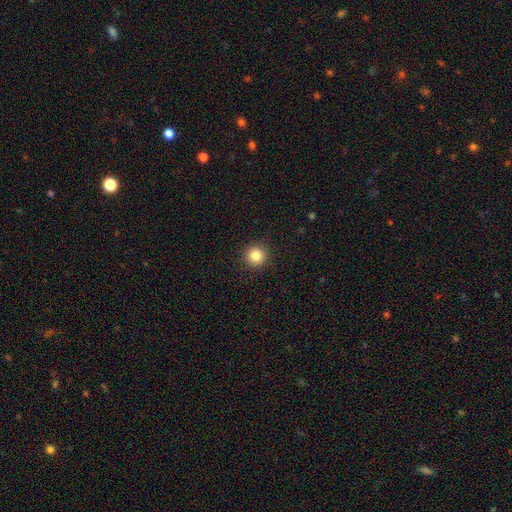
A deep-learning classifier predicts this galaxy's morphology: smooth 84%, star or artifact 11%, featured or disk 5%. Down the decision tree: how rounded — round (95%); merging — none (92%).